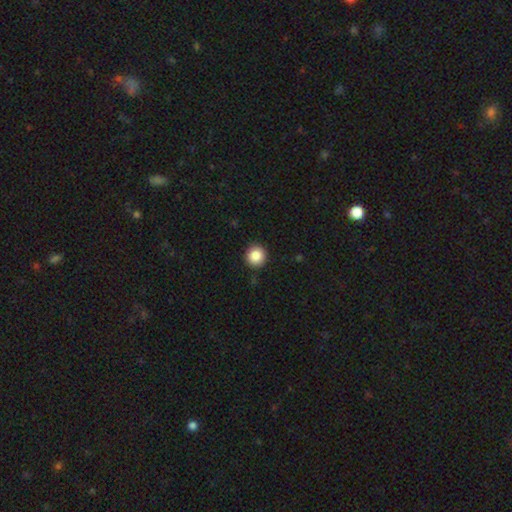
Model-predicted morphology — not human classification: A smooth galaxy with no disk features (87%) that is round (94%). Merging: none (91%).